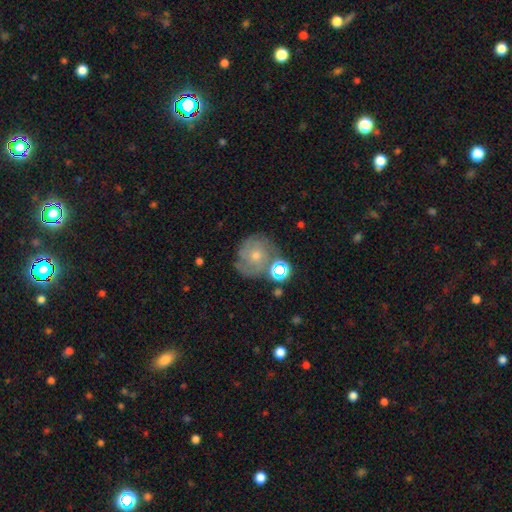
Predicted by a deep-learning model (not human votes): Q: Smooth or featured?
A: featured or disk (48%); runner-up: smooth (38%)
Q: Merging?
A: none (59%); runner-up: minor disturbance (20%)